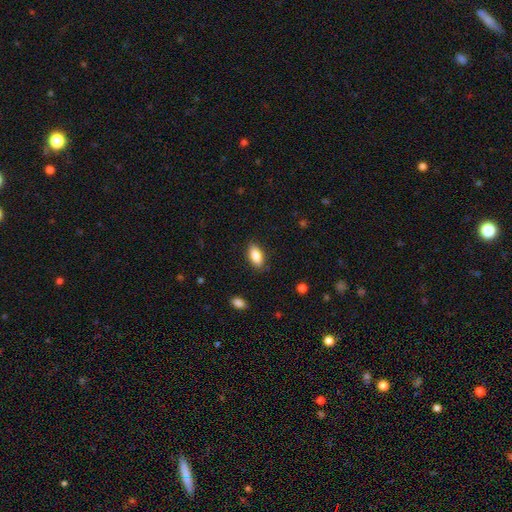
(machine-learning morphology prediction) type=smooth (85%); roundness=in between (89%); merging=none (86%).